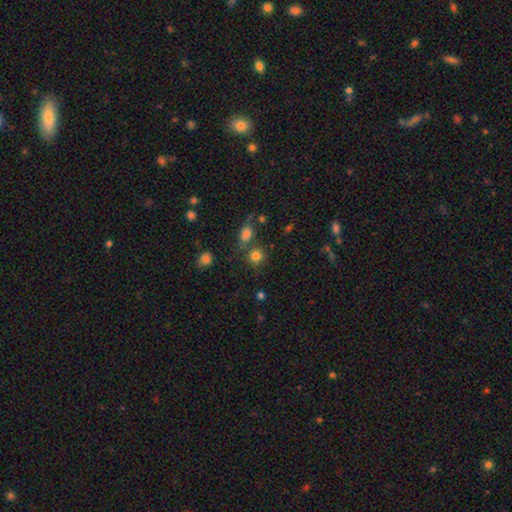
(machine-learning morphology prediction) type=smooth (80%); roundness=round (85%); merging=none (68%).